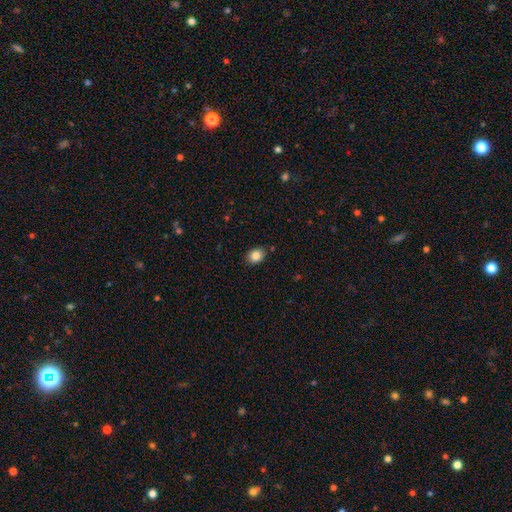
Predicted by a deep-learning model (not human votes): This is clearly a smooth galaxy (85%). How rounded: possibly in between (55%). Merging: clearly none (85%).